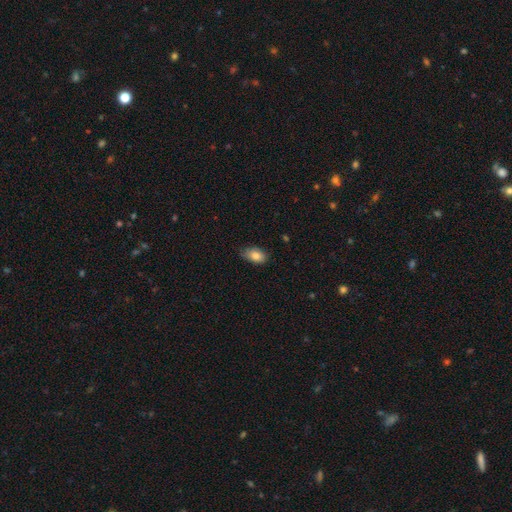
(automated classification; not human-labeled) smooth-or-featured: smooth: 83% | featured or disk: 9% | star or artifact: 8%
  how-rounded: in between: 89% | round: 9% | cigar-shaped: 2%
  merging: none: 73% | minor disturbance: 23% | major disturbance: 3% | merger: 1%